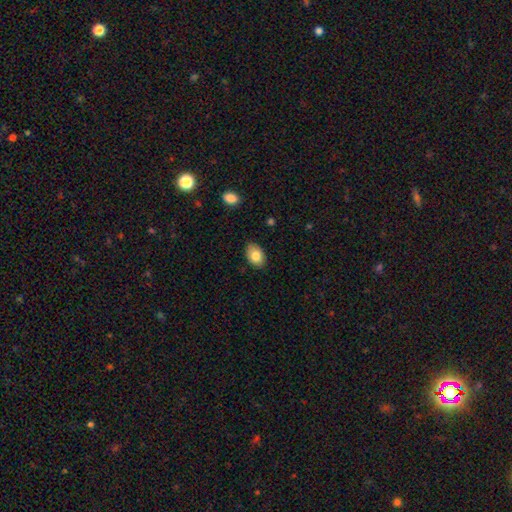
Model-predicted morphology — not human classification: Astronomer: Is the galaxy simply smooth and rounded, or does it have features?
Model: smooth — 82%.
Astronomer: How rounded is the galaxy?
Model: in between — 85%.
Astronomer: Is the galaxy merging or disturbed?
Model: none — 85%.